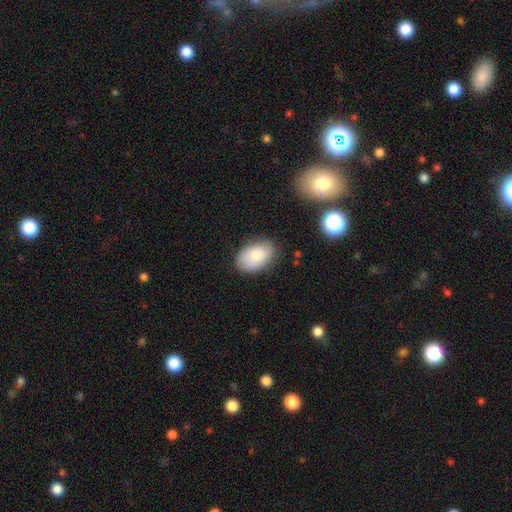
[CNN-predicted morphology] A smooth galaxy with no disk features (82%) that is in between round and cigar-shaped (90%).

Vote fractions:
- Smooth or featured? smooth: 82% / featured or disk: 11% / star or artifact: 7%
- How rounded? in between: 90% / round: 9% / cigar-shaped: 1%
- Merging? none: 80% / minor disturbance: 15% / major disturbance: 3% / merger: 1%